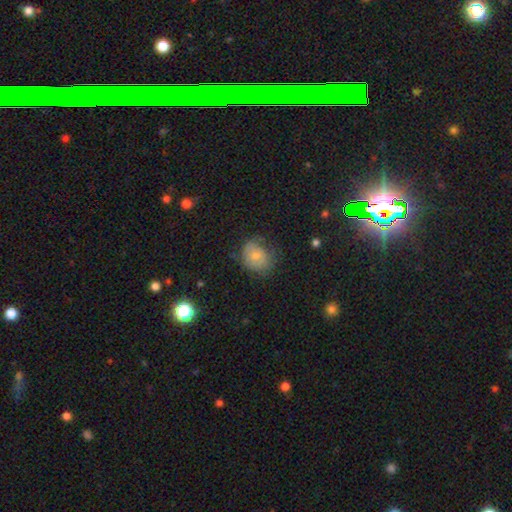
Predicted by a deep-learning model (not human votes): Smooth or featured? smooth (62%)
How rounded? round (62%)
Merging? none (56%)